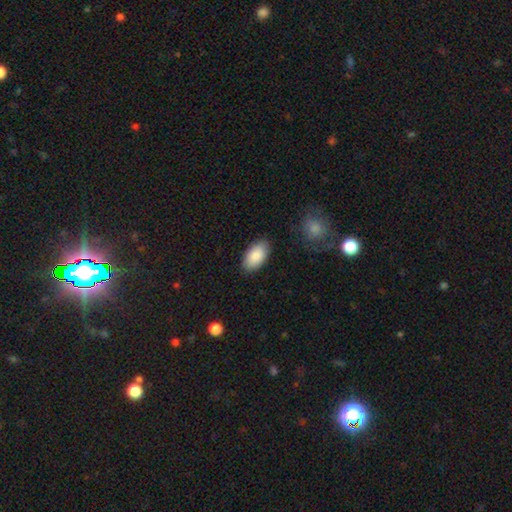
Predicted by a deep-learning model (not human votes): A smooth galaxy with no disk features (89%) that is in between round and cigar-shaped (95%).

Vote fractions:
- Smooth or featured? smooth: 89% / star or artifact: 6% / featured or disk: 6%
- How rounded? in between: 95% / round: 3% / cigar-shaped: 2%
- Merging? none: 86% / minor disturbance: 10% / major disturbance: 2% / merger: 1%